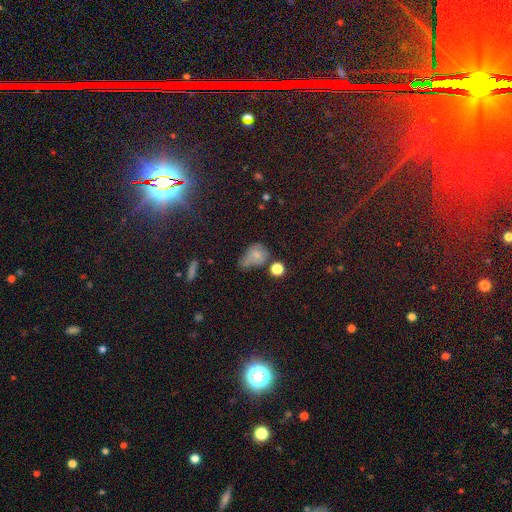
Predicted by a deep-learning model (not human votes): smooth-or-featured: smooth: 67% | star or artifact: 18% | featured or disk: 15%
  how-rounded: in between: 49% (tied) | round: 49% (tied) | cigar-shaped: 2%
  merging: none: 33% (tied) | minor disturbance: 33% (tied) | major disturbance: 19% | merger: 16%